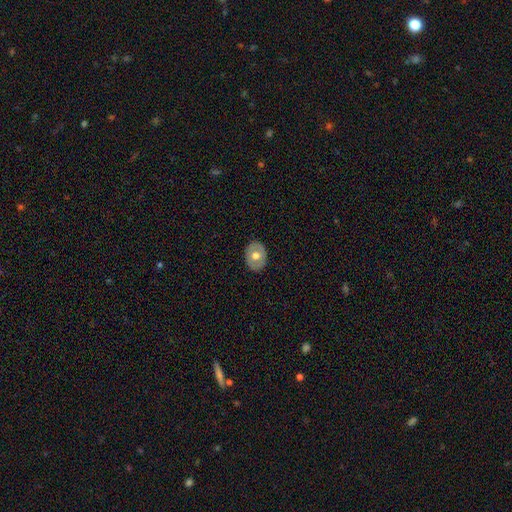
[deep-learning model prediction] Smooth or featured: smooth — 54% (featured or disk — 39%)
How rounded: in between — 54% (round — 45%)
Merging: none — 85% (minor disturbance — 11%)